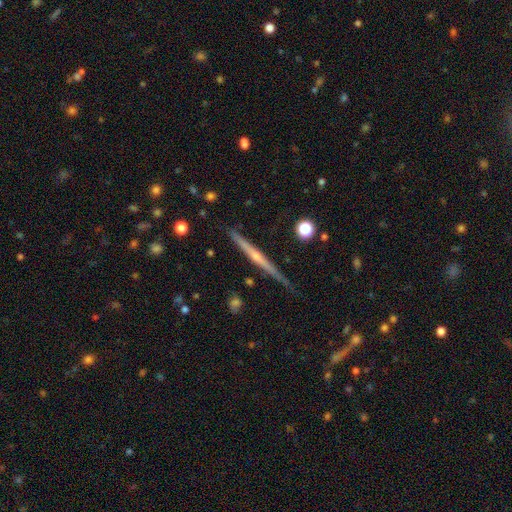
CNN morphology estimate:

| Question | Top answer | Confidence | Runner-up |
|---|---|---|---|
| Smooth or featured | featured or disk | 74% | smooth (20%) |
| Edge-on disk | yes | 98% | no (2%) |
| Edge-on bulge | rounded | 61% | none (34%) |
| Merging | none | 83% | minor disturbance (13%) |